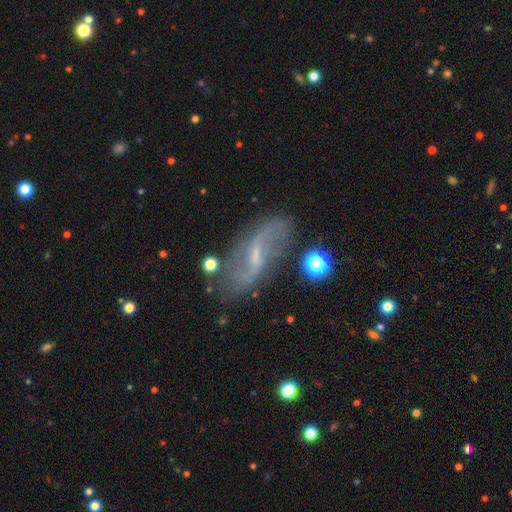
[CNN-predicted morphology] The model was most divided on "bar": weak: 52%, strong: 29%, no: 19%. More confident: edge-on disk — no (93%); spiral arms — yes (91%); spiral arm count — 2 (89%); smooth or featured — featured or disk (81%); spiral winding — loose (75%); merging — none (74%); bulge size — small (63%).